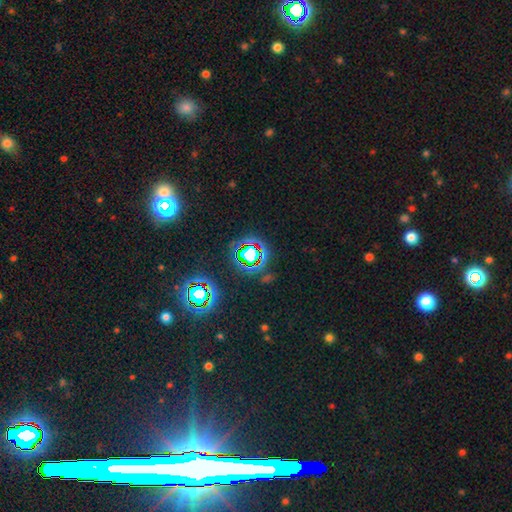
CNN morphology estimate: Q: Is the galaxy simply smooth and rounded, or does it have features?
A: star or artifact — 79%.